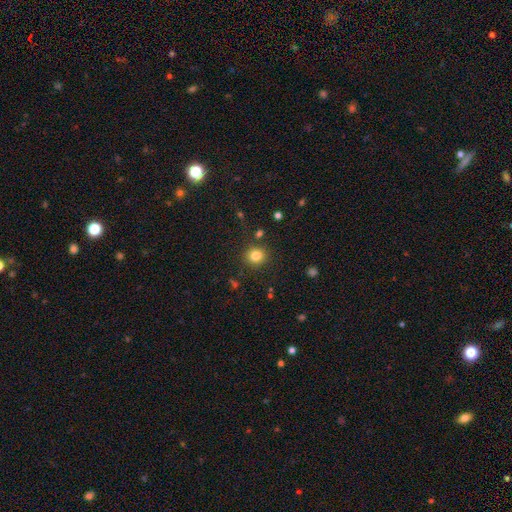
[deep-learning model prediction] Q: Smooth or featured?
A: smooth (81%); runner-up: star or artifact (13%)
Q: How rounded?
A: round (86%); runner-up: in between (13%)
Q: Merging?
A: none (87%); runner-up: minor disturbance (7%)